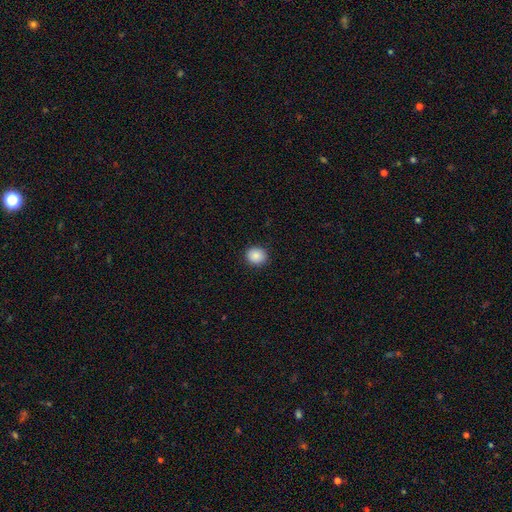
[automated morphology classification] smooth-or-featured: smooth: 88% | star or artifact: 9% | featured or disk: 4%
  how-rounded: round: 75% | in between: 24% | cigar-shaped: 1%
  merging: none: 90% | minor disturbance: 7% | major disturbance: 2% | merger: 1%